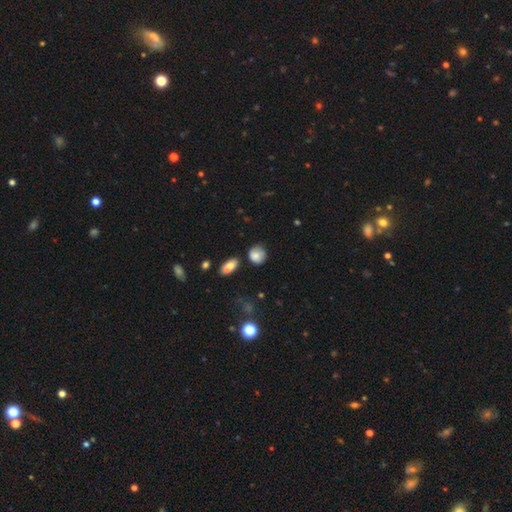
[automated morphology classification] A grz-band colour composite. It shows a smooth galaxy with no disk features (79%) that is round (79%). Merging: none (69%).